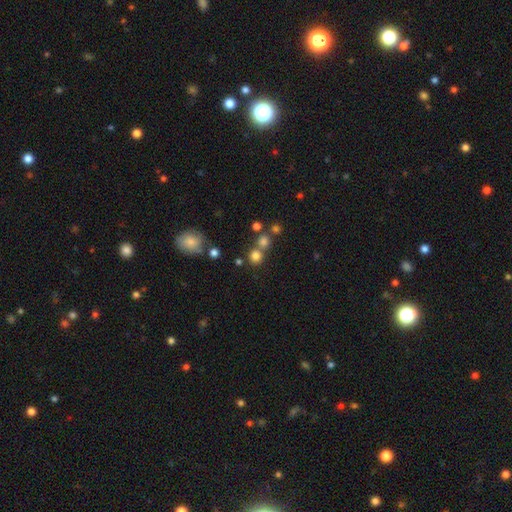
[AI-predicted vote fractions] smooth_or_featured: smooth (p=0.76) [alt: star or artifact p=0.16]
how_rounded: round (p=0.90) [alt: in between p=0.09]
merging: none (p=0.63) [alt: merger p=0.27]